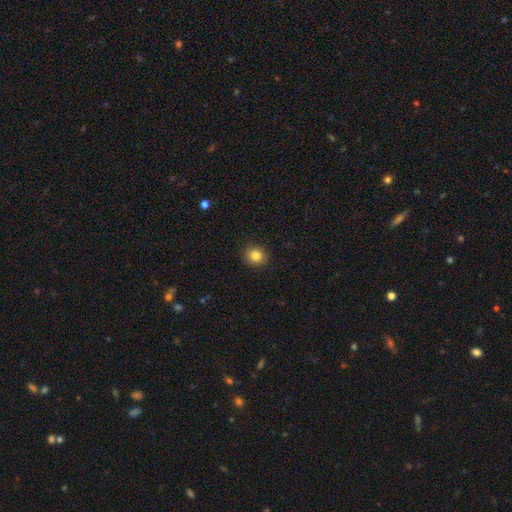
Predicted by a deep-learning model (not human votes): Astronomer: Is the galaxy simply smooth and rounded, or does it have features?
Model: smooth — 84%.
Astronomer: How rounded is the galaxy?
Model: round — 87%.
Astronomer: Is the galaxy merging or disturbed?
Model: none — 91%.